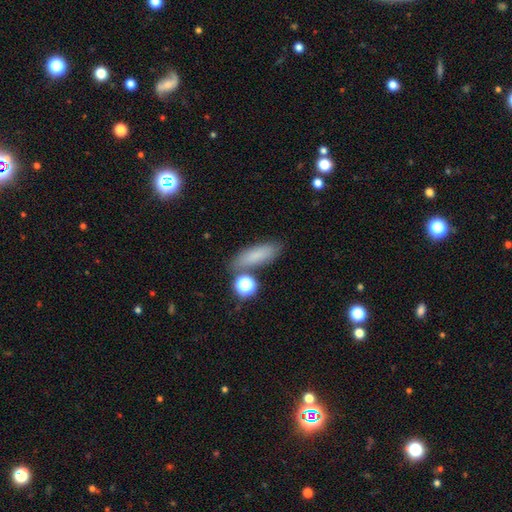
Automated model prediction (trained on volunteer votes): Smooth or featured? smooth (79%)
How rounded? in between (56%)
Merging? none (74%)